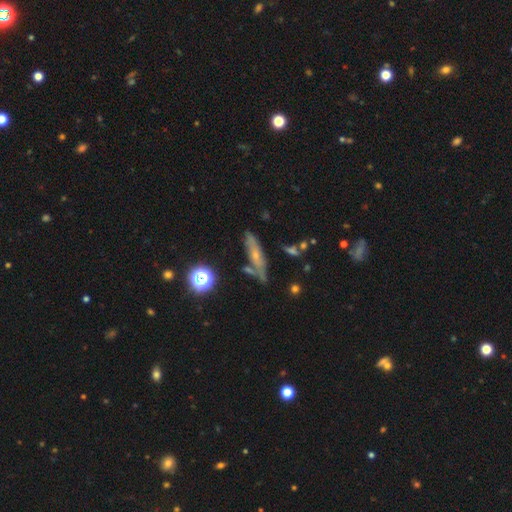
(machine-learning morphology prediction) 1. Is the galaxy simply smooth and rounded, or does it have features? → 47% featured or disk, 38% smooth, 14% star or artifact.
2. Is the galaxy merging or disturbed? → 65% none, 20% minor disturbance, 9% merger, 6% major disturbance.